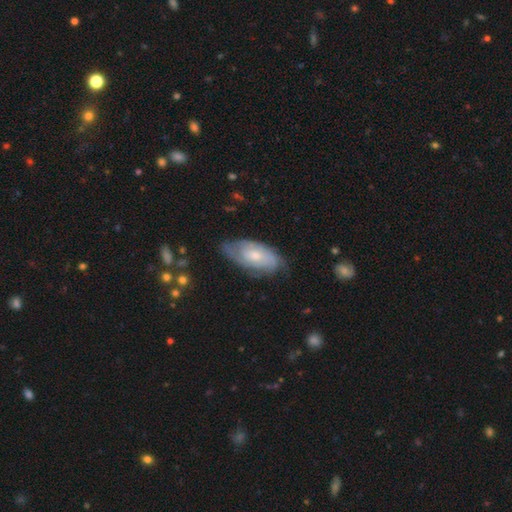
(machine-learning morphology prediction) The model was most divided on "bulge size": small: 47%, moderate: 46%, large: 3%, none: 3%, dominant: 1%. Remaining: edge-on disk — no (93%); spiral arms — yes (85%); bar — no (72%); smooth or featured — featured or disk (67%); merging — none (65%); spiral winding — tight (62%); spiral arm count — can't tell (44%).